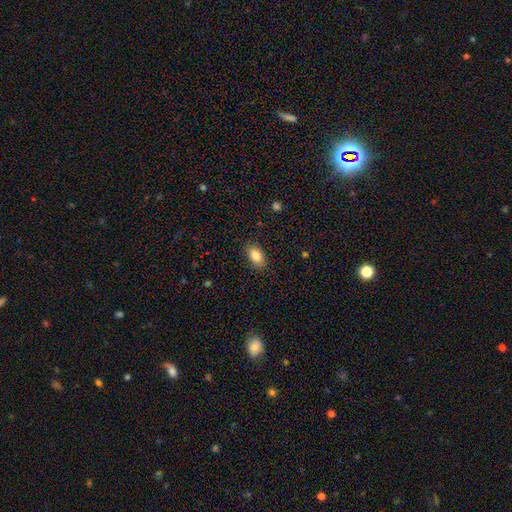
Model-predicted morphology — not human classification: Smooth or featured: smooth — 86% (star or artifact — 8%)
How rounded: in between — 90% (round — 8%)
Merging: none — 87% (minor disturbance — 10%)